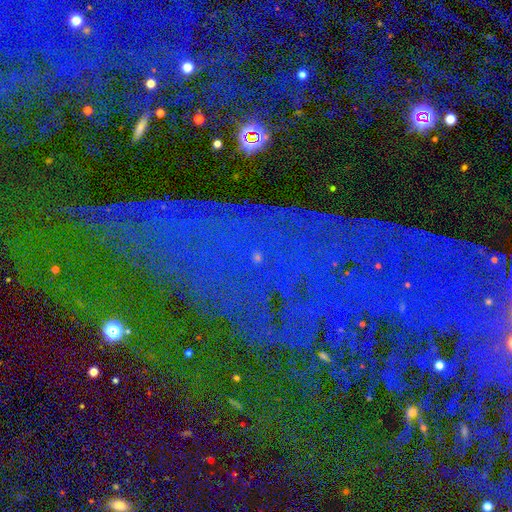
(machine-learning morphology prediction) Q: Smooth or featured?
A: star or artifact (84%); runner-up: smooth (8%)